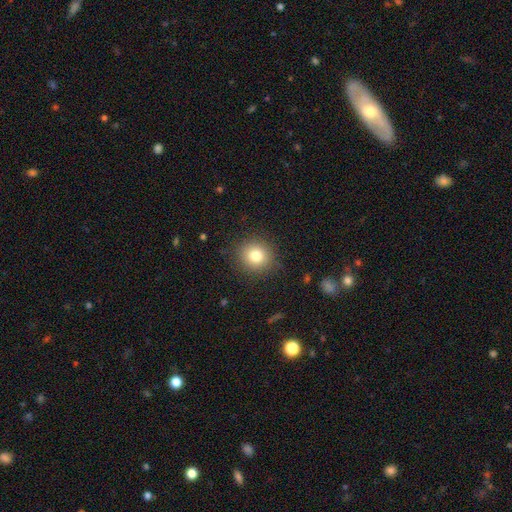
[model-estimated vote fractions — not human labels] Overall: smooth (81%). How rounded: round (90%). Merging: none (89%).